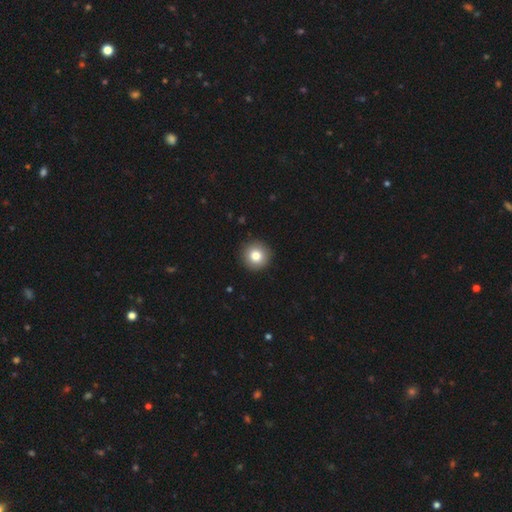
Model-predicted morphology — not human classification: This is clearly a smooth galaxy (82%). How rounded: clearly round (95%). Merging: clearly none (93%).